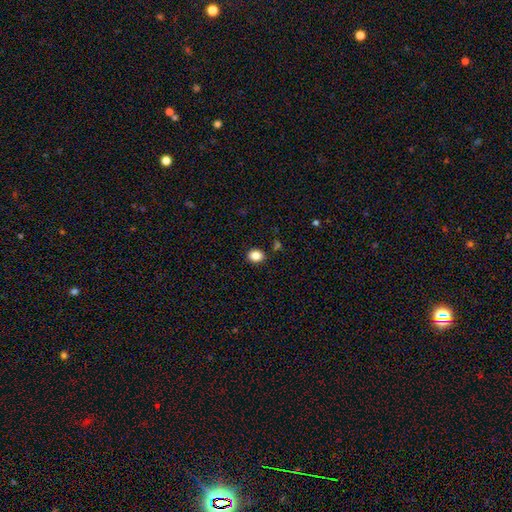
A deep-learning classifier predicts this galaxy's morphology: Smooth or featured? Predicted: smooth (p=0.86). How rounded? Predicted: round (p=0.52). Merging? Predicted: none (p=0.87).